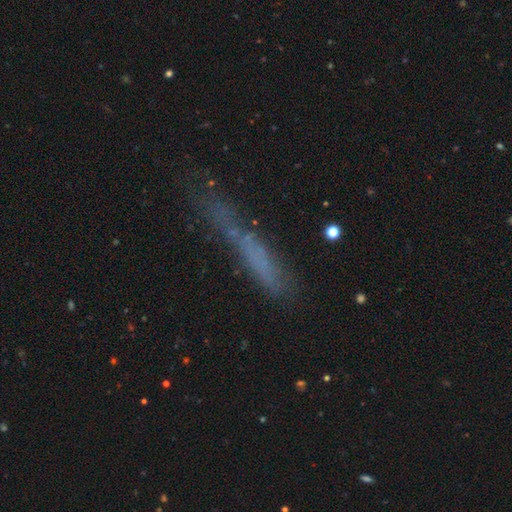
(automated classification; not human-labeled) This is possibly a smooth galaxy (48%). Merging: possibly none (47%).